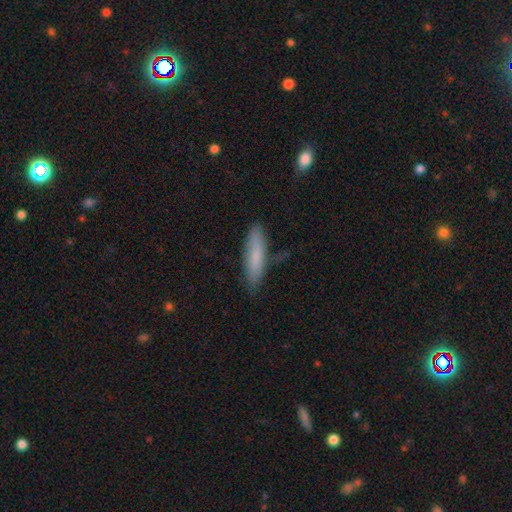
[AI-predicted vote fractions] The model was most divided on "how rounded": cigar-shaped: 77%, in between: 22%, round: 1%. More confident: merging — none (82%); smooth or featured — smooth (77%).